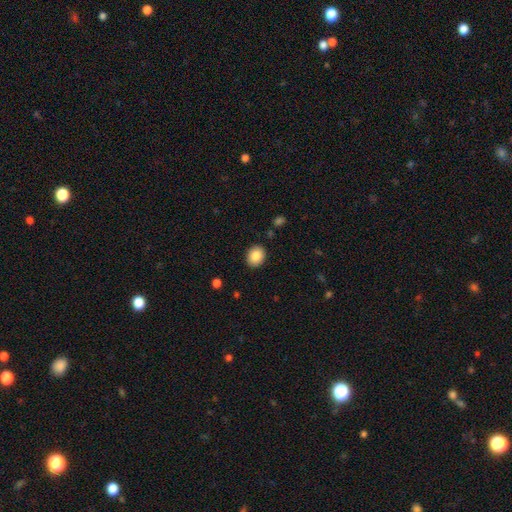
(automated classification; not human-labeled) smooth 85%, star or artifact 8%, featured or disk 7%. Down the decision tree: how rounded — round (55%); merging — none (89%).